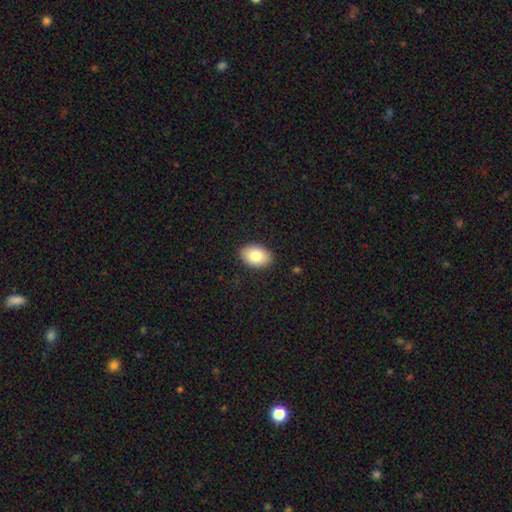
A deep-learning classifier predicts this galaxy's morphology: smooth_or_featured: smooth (p=0.82) [alt: featured or disk p=0.11]
how_rounded: in between (p=0.86) [alt: round p=0.13]
merging: none (p=0.89) [alt: minor disturbance p=0.08]